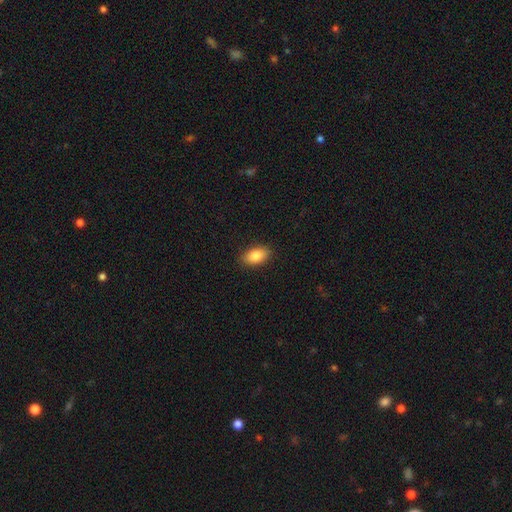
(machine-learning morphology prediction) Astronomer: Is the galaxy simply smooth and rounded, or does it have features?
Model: smooth — 85%.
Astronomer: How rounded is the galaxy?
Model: in between — 91%.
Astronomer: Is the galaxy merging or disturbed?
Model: none — 89%.